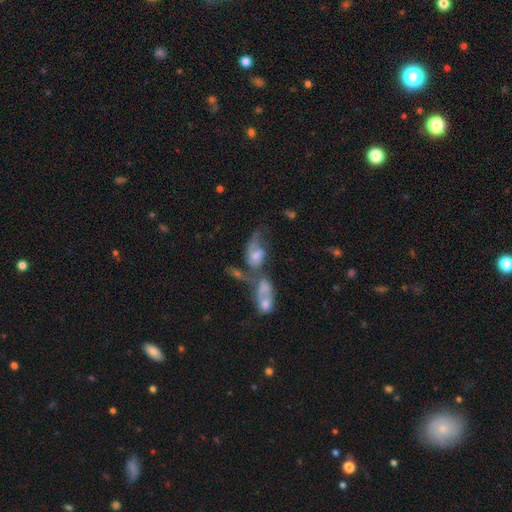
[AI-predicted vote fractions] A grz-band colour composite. It shows a featured or disk galaxy (62%) with no bar (60%), spiral arms (72%) and a moderate central bulge (41%). Merging: merger (62%).